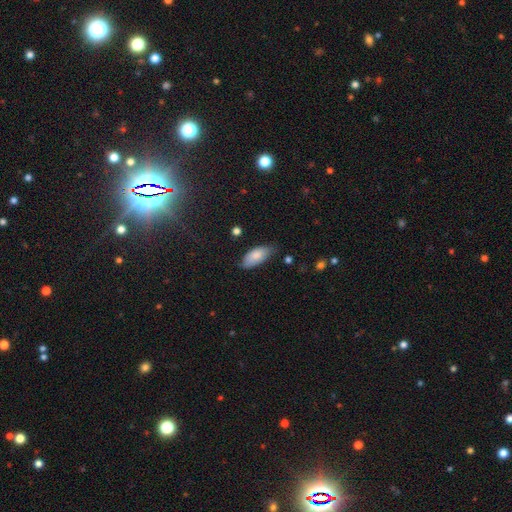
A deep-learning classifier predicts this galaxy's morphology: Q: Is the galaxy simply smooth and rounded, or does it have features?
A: smooth — 83%.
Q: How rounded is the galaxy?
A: in between — 90%.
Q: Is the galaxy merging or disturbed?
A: none — 65%.